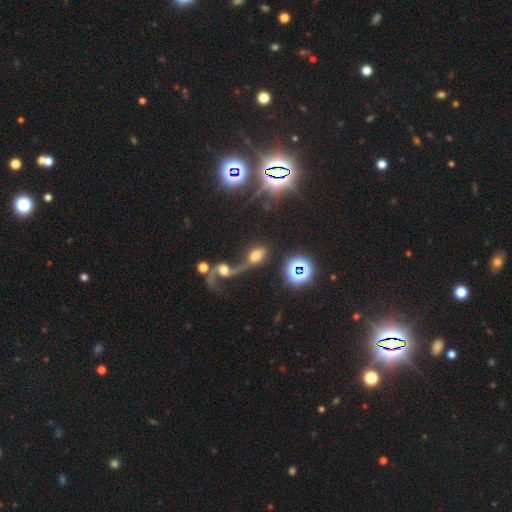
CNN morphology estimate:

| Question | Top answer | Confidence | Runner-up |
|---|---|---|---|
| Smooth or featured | smooth | 48% | featured or disk (31%) |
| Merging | merger | 61% | none (18%) |